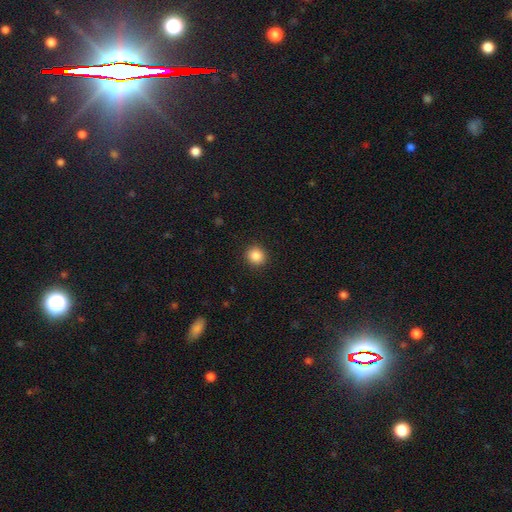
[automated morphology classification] smooth 87%, star or artifact 10%, featured or disk 3%. Down the decision tree: how rounded — round (89%); merging — none (91%).